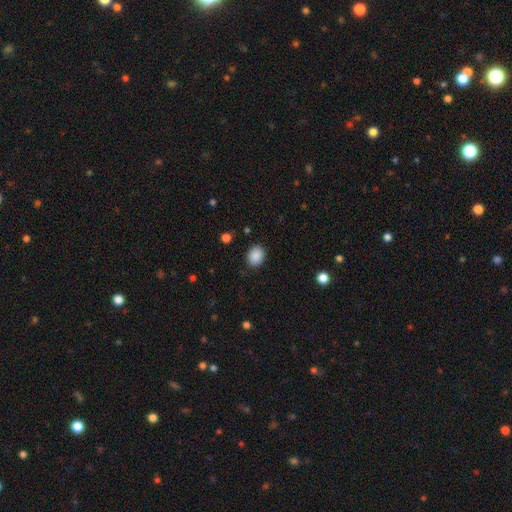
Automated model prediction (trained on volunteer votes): This is clearly a smooth galaxy (88%). How rounded: possibly round (54%). Merging: clearly none (87%).